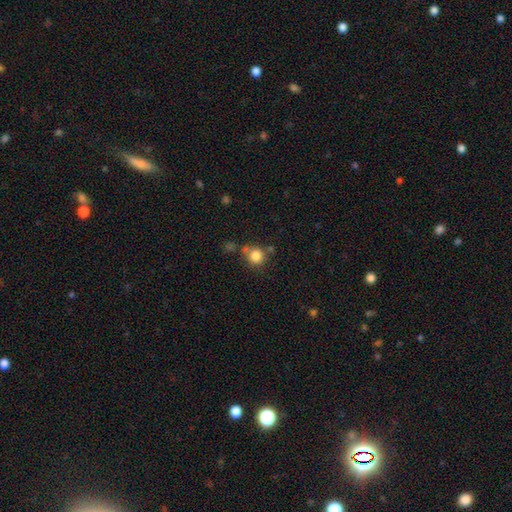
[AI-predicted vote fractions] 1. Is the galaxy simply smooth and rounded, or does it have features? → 82% smooth, 11% star or artifact, 7% featured or disk.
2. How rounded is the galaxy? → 90% round, 9% in between, 1% cigar-shaped.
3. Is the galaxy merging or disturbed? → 63% none, 18% merger, 14% minor disturbance, 5% major disturbance.